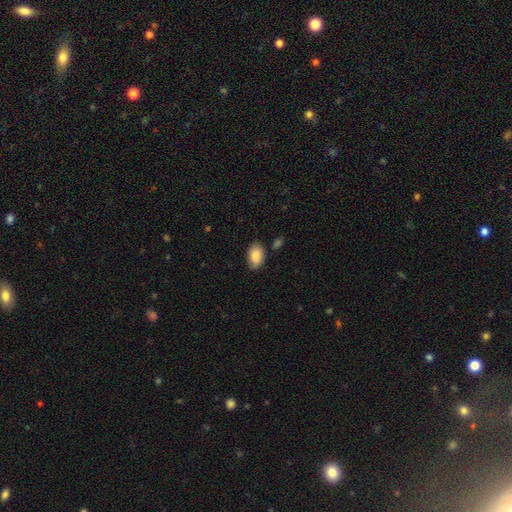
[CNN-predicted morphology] Overall: smooth (87%). How rounded: in between (92%). Merging: none (80%).